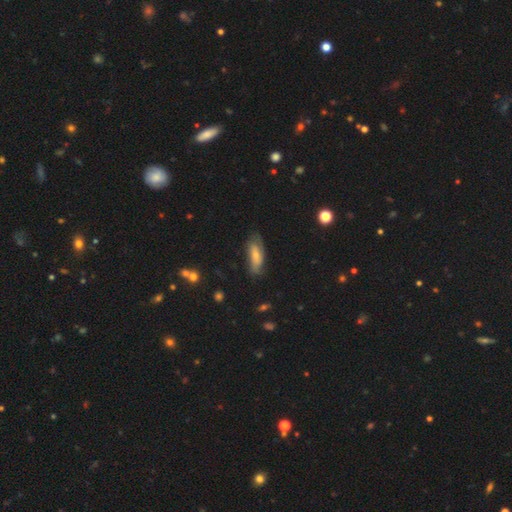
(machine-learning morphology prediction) This is possibly a smooth galaxy (53%). How rounded: likely in between (67%). Merging: possibly none (60%).